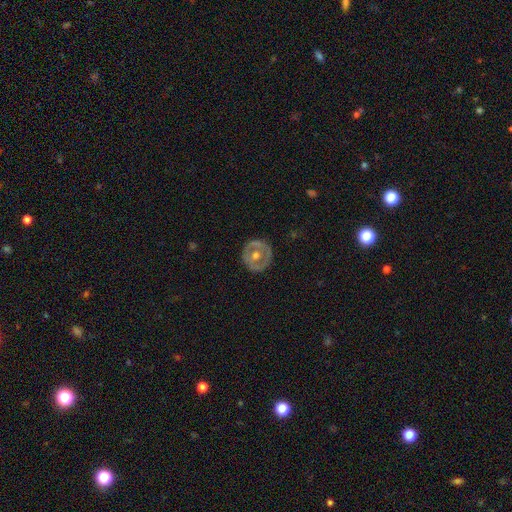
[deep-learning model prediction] This is possibly a featured or disk galaxy (56%). It is clearly not viewed edge-on (94%). Bar: clearly no (83%). Spiral arm pattern: clearly no (89%). Central bulge: likely moderate (77%). Merging: clearly none (84%).